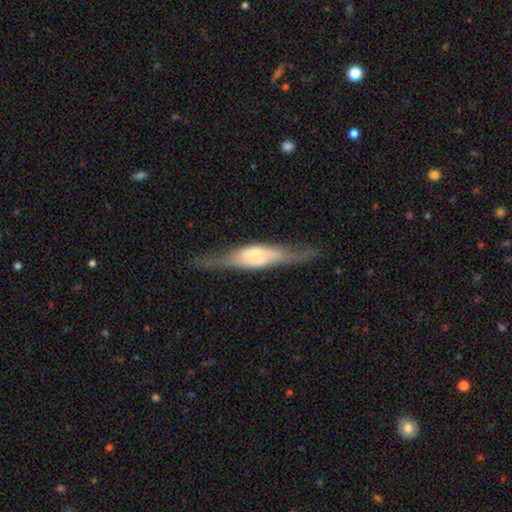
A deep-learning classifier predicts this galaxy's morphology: A featured or disk galaxy (66%) viewed edge-on (77%) with a rounded central bulge (61%). Merging: none (68%).